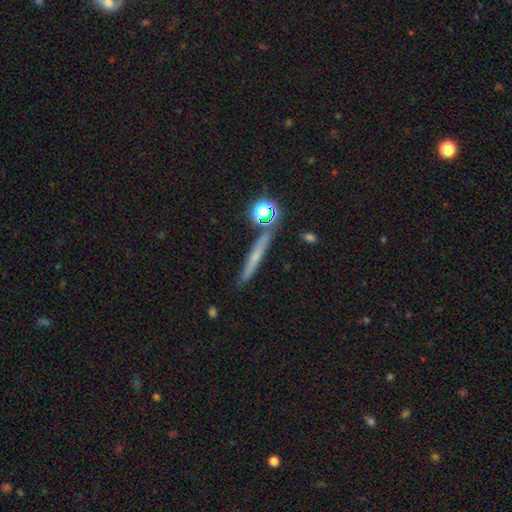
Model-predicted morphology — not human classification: The model was most divided on "smooth or featured": featured or disk: 45%, smooth: 40%, star or artifact: 14%. More confident: merging — none (82%).